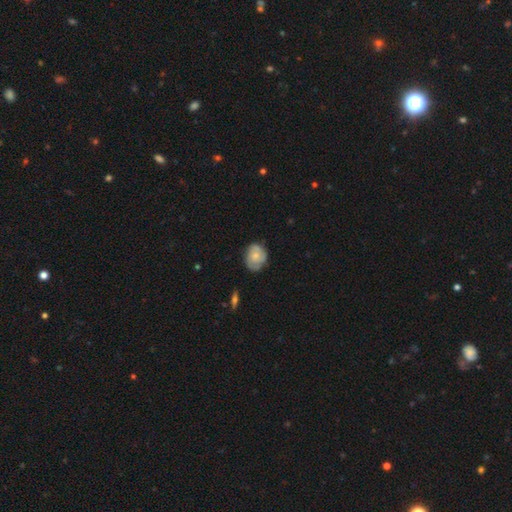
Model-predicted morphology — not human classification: smooth-or-featured: smooth: 48% | featured or disk: 45% | star or artifact: 7%
  merging: none: 69% | minor disturbance: 24% | major disturbance: 5% | merger: 1%